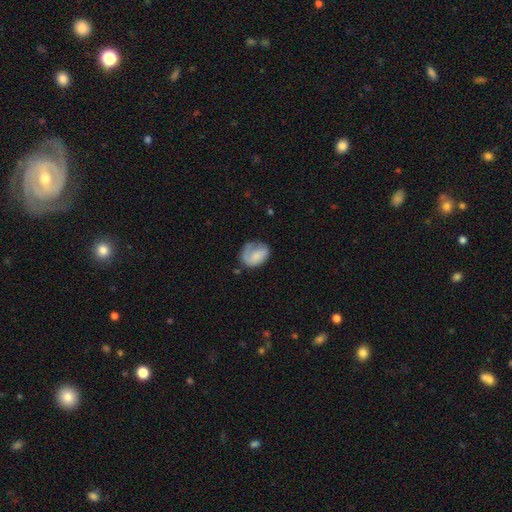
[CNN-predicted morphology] smooth 55%, featured or disk 37%, star or artifact 7%. Down the decision tree: how rounded — in between (55%); merging — none (47%).